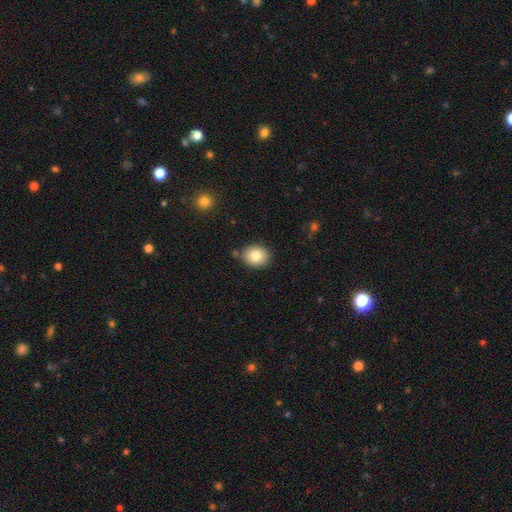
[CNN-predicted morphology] The model was most divided on "how rounded": round: 60%, in between: 39%, cigar-shaped: 1%. More confident: merging — none (83%); smooth or featured — smooth (81%).